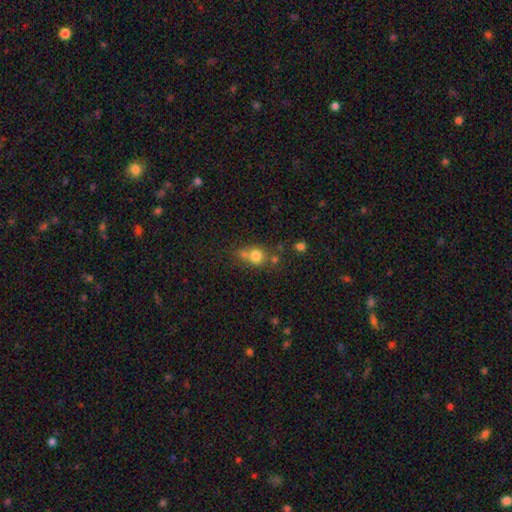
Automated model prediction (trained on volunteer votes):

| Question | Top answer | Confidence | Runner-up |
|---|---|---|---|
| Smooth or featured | smooth | 76% | star or artifact (13%) |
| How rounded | round | 81% | in between (18%) |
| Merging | none | 48% | merger (35%) |